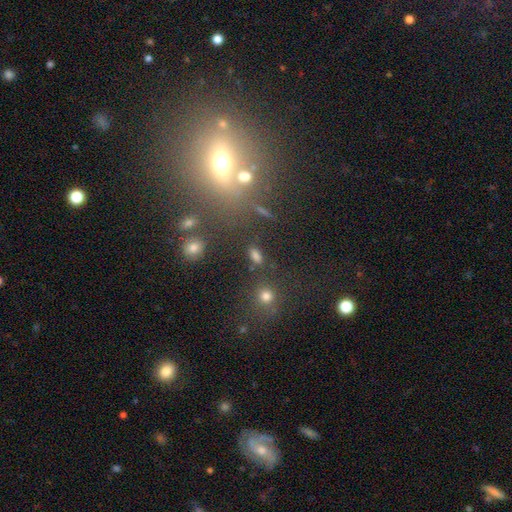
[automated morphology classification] Smooth or featured: smooth — 76% (star or artifact — 17%)
How rounded: in between — 76% (round — 15%)
Merging: none — 78% (minor disturbance — 11%)